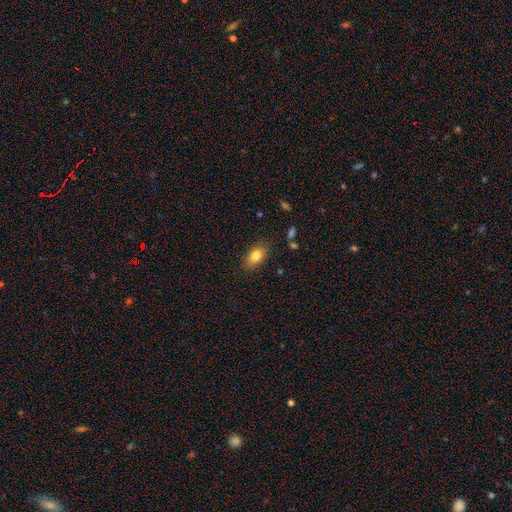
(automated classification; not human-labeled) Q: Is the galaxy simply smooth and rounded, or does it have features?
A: smooth — 81%.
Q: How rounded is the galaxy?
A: in between — 88%.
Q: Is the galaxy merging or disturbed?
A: none — 84%.